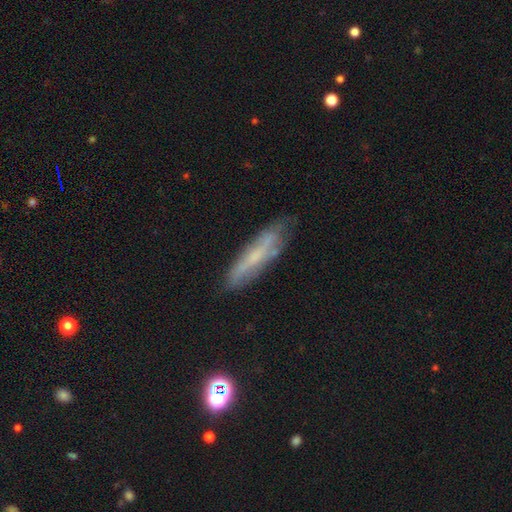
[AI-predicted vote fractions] A featured or disk galaxy (50%) viewed edge-on (55%).

Vote fractions:
- Smooth or featured? featured or disk: 50% / smooth: 40% / star or artifact: 10%
- Edge-on disk? yes: 55% / no: 45%
- Merging? none: 71% / minor disturbance: 21% / major disturbance: 6% / merger: 2%